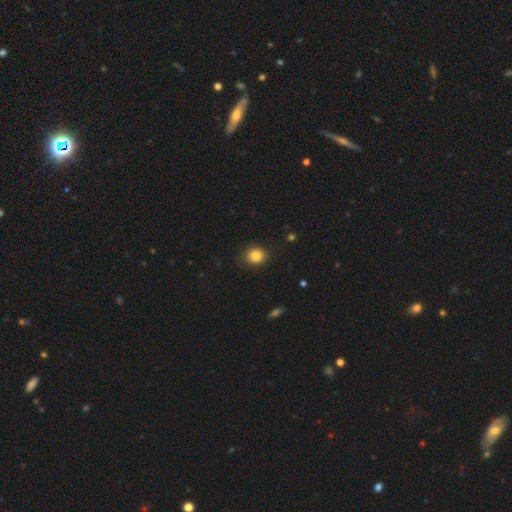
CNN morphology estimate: Smooth or featured? Predicted: smooth (p=0.85). How rounded? Predicted: round (p=0.79). Merging? Predicted: none (p=0.87).